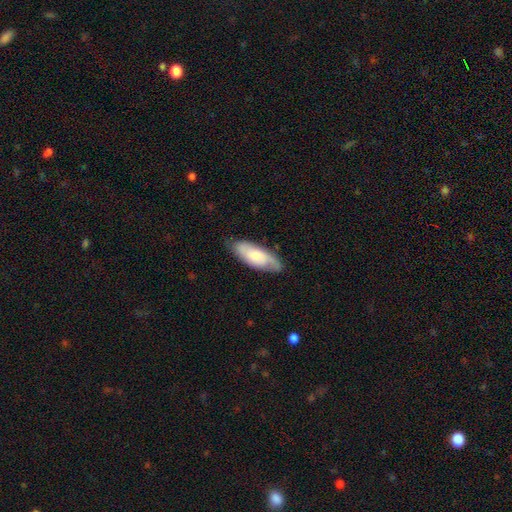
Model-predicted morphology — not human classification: A smooth galaxy with no disk features (51%) that is in between round and cigar-shaped (72%).

Vote fractions:
- Smooth or featured? smooth: 51% / featured or disk: 43% / star or artifact: 6%
- How rounded? in between: 72% / cigar-shaped: 26% / round: 2%
- Merging? none: 74% / minor disturbance: 20% / major disturbance: 4% / merger: 1%